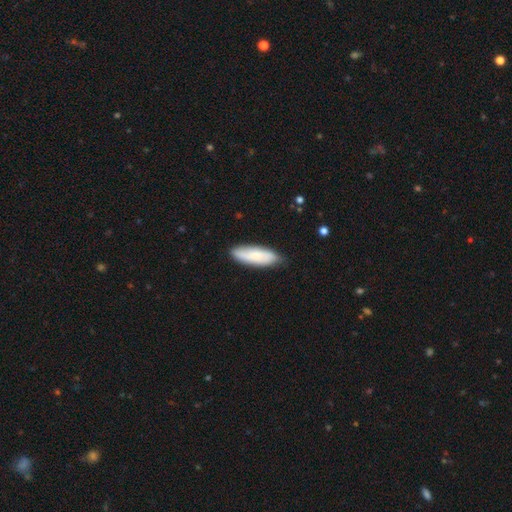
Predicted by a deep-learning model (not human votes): Morphology: type=smooth (77%); roundness=in between (59%); merging=none (83%).